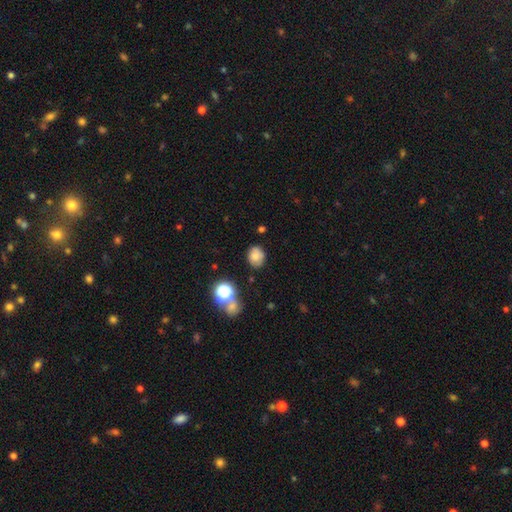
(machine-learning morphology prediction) Q: Smooth or featured?
A: smooth (77%); runner-up: star or artifact (13%)
Q: How rounded?
A: round (55%); runner-up: in between (44%)
Q: Merging?
A: none (75%); runner-up: minor disturbance (17%)